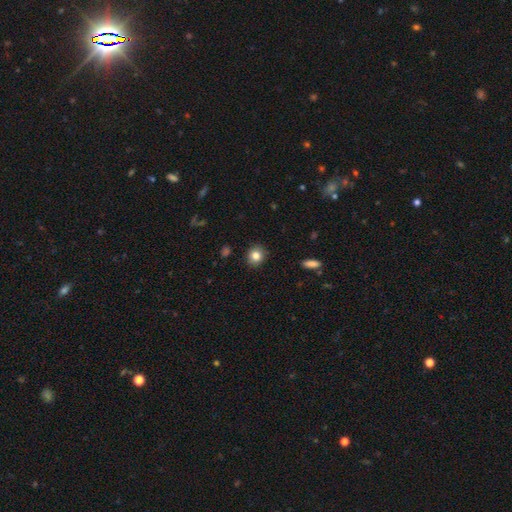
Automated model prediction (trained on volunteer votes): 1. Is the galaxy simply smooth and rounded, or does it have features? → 82% smooth, 10% star or artifact, 7% featured or disk.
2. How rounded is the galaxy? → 82% round, 17% in between, 1% cigar-shaped.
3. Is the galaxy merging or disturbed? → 90% none, 7% minor disturbance, 2% major disturbance, 1% merger.